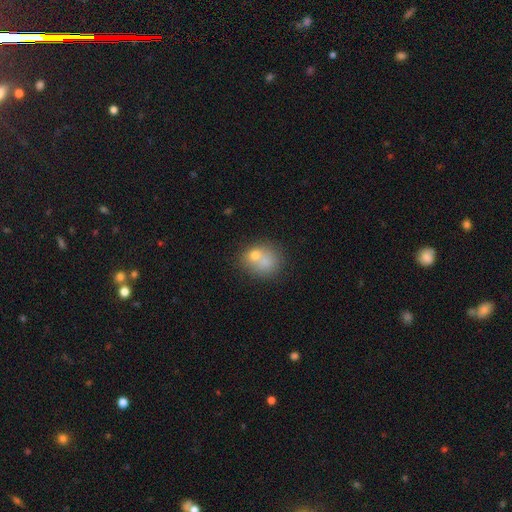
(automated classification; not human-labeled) Smooth or featured? smooth (67%)
How rounded? round (74%)
Merging? merger (49%)